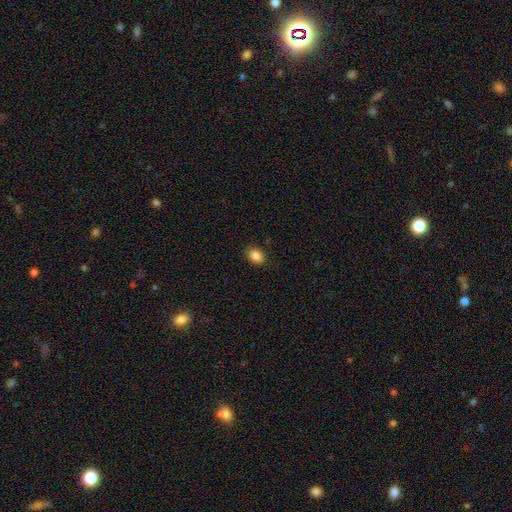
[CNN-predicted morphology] smooth-or-featured: smooth: 86% | star or artifact: 9% | featured or disk: 5%
  how-rounded: in between: 70% | round: 29% | cigar-shaped: 1%
  merging: none: 86% | minor disturbance: 11% | major disturbance: 2% | merger: 1%